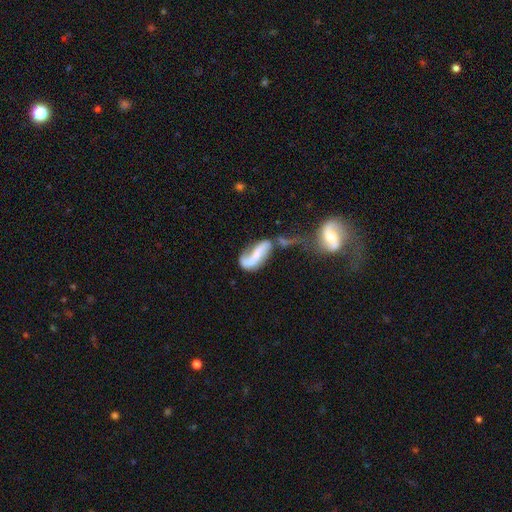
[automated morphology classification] type=featured or disk (61%); edge-on=no (91%); bar=strong (37%, tied with no); spiral arms=yes (77%); bulge=none (54%); merging=merger (31%).